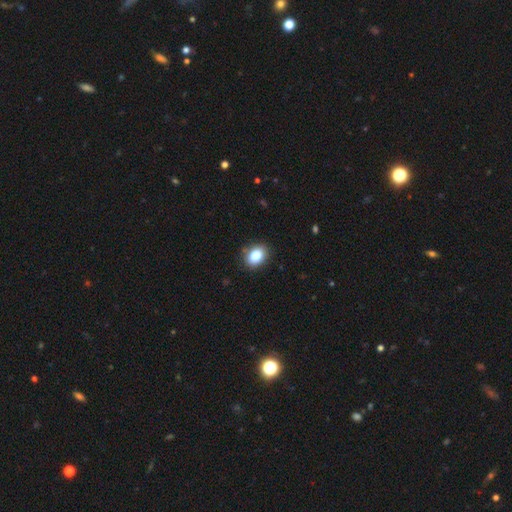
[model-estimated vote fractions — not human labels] This is clearly a smooth galaxy (86%). How rounded: likely in between (71%). Merging: clearly none (85%).